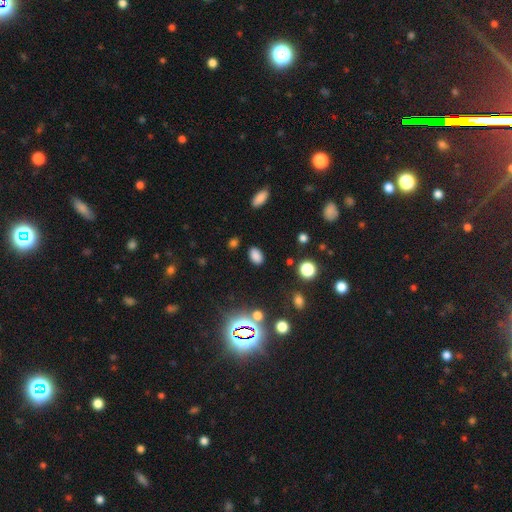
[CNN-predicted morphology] A smooth galaxy with no disk features (77%) that is in between round and cigar-shaped (89%). Merging: none (84%).